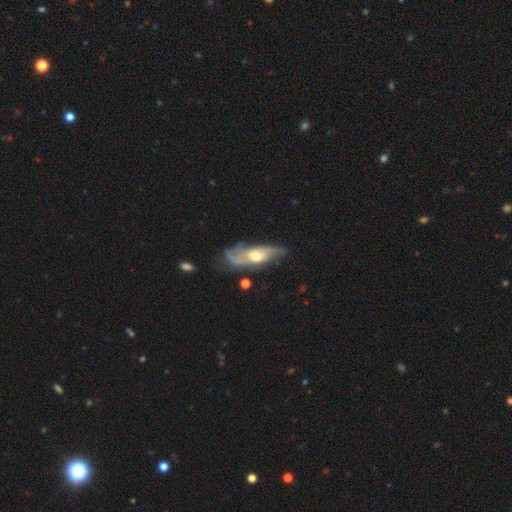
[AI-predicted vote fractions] featured or disk 68%, smooth 26%, star or artifact 6%. Down the decision tree: edge-on disk — no (76%); bar — no (67%); spiral arms — yes (79%); bulge size — moderate (66%); merging — none (49%).